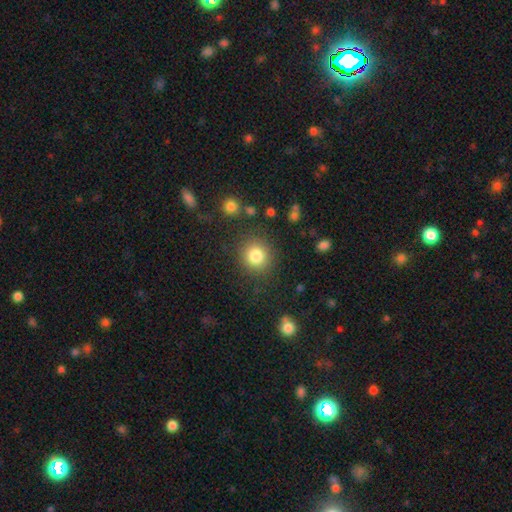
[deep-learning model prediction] Smooth or featured? Predicted: smooth (p=0.83). How rounded? Predicted: round (p=0.90). Merging? Predicted: none (p=0.85).